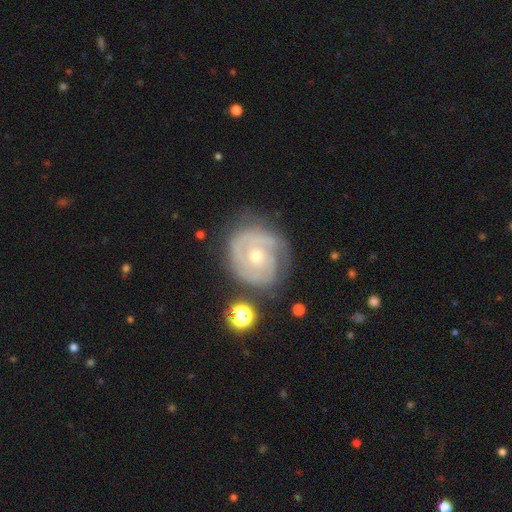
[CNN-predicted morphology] The model was most divided on "bulge size": small: 53%, moderate: 44%, large: 1%, none: 1%, dominant: 1%. Remaining: edge-on disk — no (97%); spiral arms — yes (93%); smooth or featured — featured or disk (84%); bar — no (76%); spiral winding — tight (70%); merging — none (69%); spiral arm count — 2 (38%).